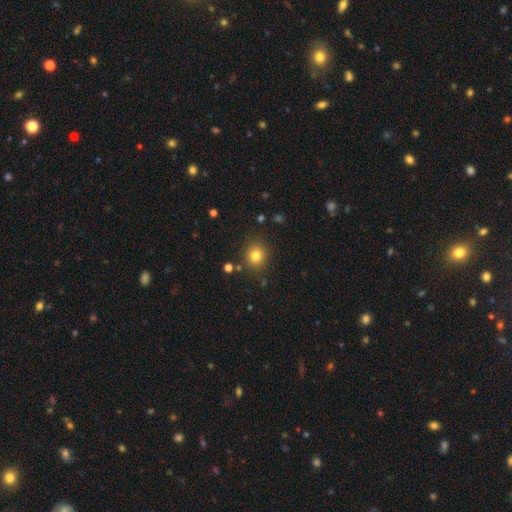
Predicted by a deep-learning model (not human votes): This appears to be a smooth galaxy with no disk features (80%) that is round (84%). Merging: none (86%).